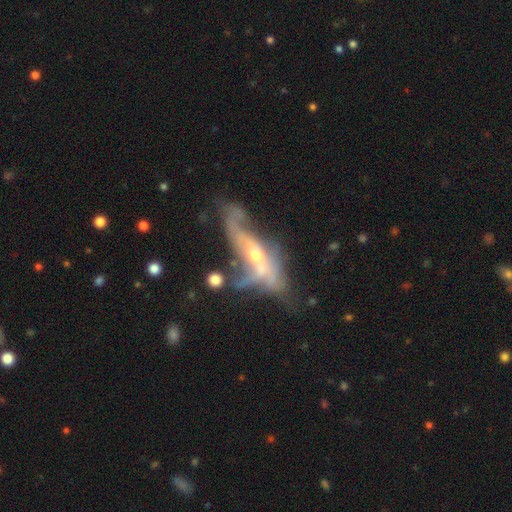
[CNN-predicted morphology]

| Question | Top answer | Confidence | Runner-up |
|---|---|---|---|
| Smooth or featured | featured or disk | 74% | smooth (18%) |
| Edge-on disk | no | 70% | yes (30%) |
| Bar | no | 63% | weak (23%) |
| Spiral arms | yes | 57% | no (43%) |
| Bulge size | small | 50% | moderate (43%) |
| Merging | major disturbance | 33% | none (29%) |